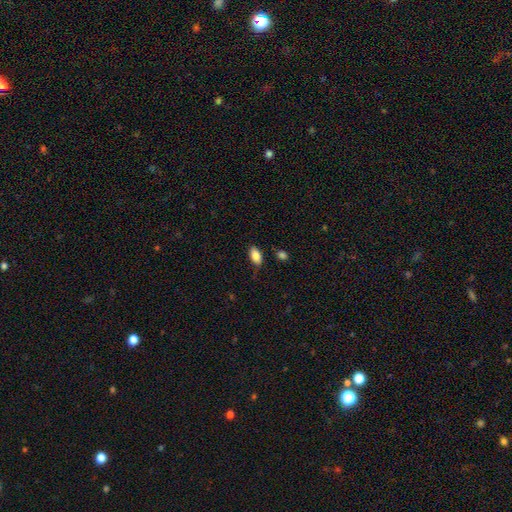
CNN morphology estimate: This is clearly a smooth galaxy (86%). How rounded: clearly in between (92%). Merging: likely none (75%).